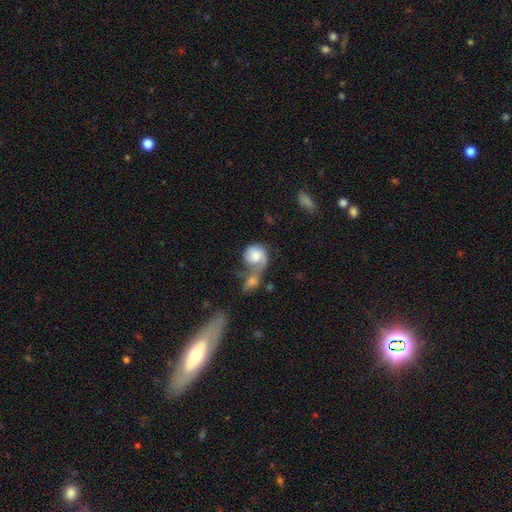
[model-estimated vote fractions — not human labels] Smooth or featured?
  - smooth: 51% *
  - featured or disk: 42%
  - star or artifact: 7%
How rounded?
  - round: 70% *
  - in between: 29%
  - cigar-shaped: 1%
Merging?
  - merger: 56% *
  - none: 18%
  - major disturbance: 16%
  - minor disturbance: 10%